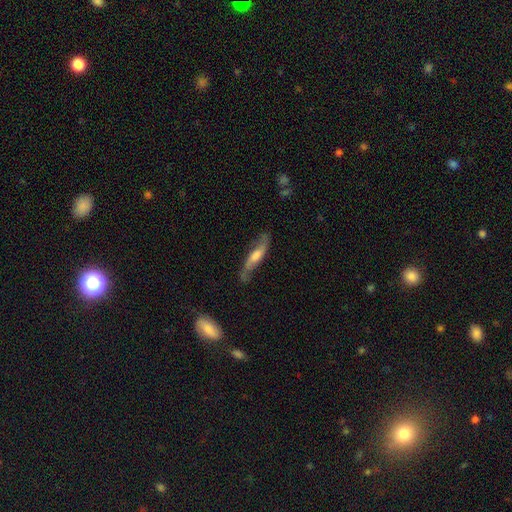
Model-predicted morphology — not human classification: Smooth or featured?
  - featured or disk: 62% *
  - smooth: 32%
  - star or artifact: 6%
Edge-on disk?
  - no: 57% *
  - yes: 43%
Merging?
  - none: 69% *
  - minor disturbance: 21%
  - major disturbance: 8%
  - merger: 2%